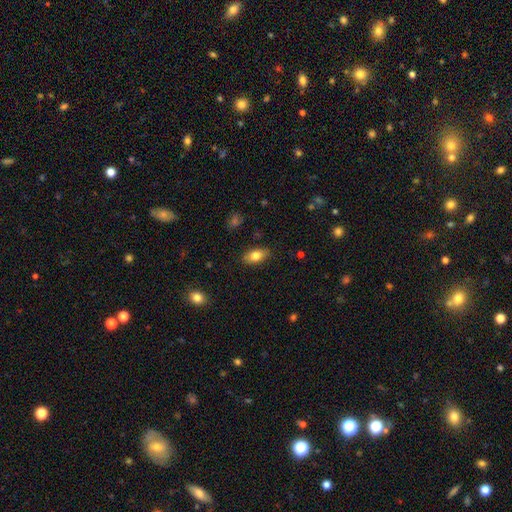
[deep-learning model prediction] This is likely a smooth galaxy (79%). How rounded: clearly in between (88%). Merging: clearly none (86%).